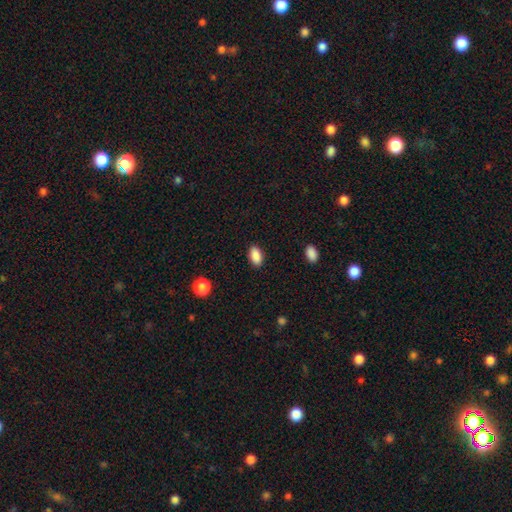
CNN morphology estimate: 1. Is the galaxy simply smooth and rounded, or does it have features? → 89% smooth, 8% star or artifact, 3% featured or disk.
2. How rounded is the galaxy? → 92% in between, 5% round, 2% cigar-shaped.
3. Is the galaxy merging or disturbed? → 89% none, 8% minor disturbance, 2% major disturbance, 1% merger.